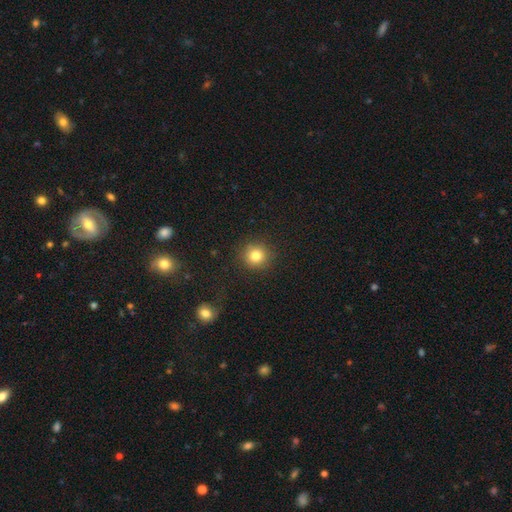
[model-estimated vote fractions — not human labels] Smooth or featured? Predicted: smooth (p=0.80). How rounded? Predicted: round (p=0.92). Merging? Predicted: none (p=0.90).